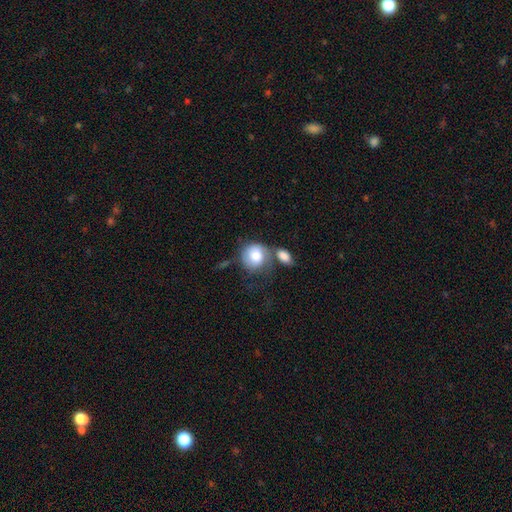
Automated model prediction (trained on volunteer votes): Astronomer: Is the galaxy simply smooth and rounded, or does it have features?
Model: smooth — 76%.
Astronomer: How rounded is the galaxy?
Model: round — 77%.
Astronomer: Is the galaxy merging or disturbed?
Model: merger — 36% (runner-up: none, 34%).